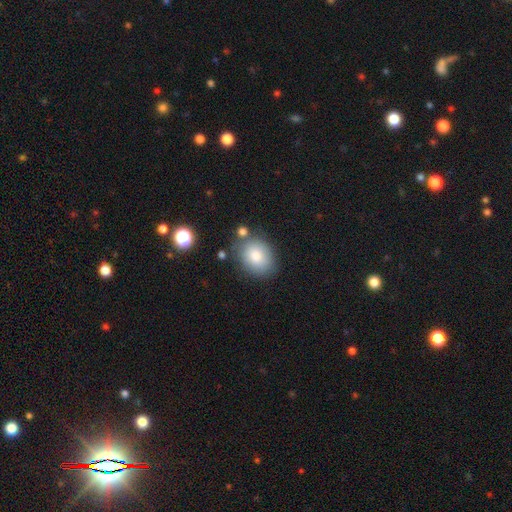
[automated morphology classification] Q: Smooth or featured?
A: smooth (81%); runner-up: featured or disk (10%)
Q: How rounded?
A: in between (60%); runner-up: round (39%)
Q: Merging?
A: none (72%); runner-up: minor disturbance (16%)